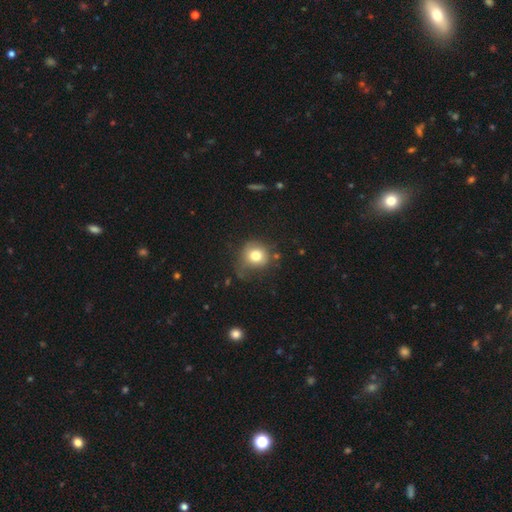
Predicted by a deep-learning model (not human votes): Overall: smooth (78%). How rounded: round (85%). Merging: none (59%; minor disturbance 27%).